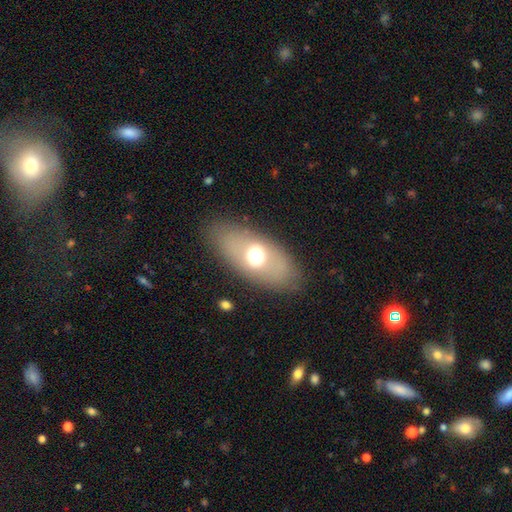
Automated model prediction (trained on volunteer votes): Q: Smooth or featured?
A: smooth (58%); runner-up: featured or disk (31%)
Q: How rounded?
A: in between (85%); runner-up: round (10%)
Q: Merging?
A: none (83%); runner-up: minor disturbance (10%)